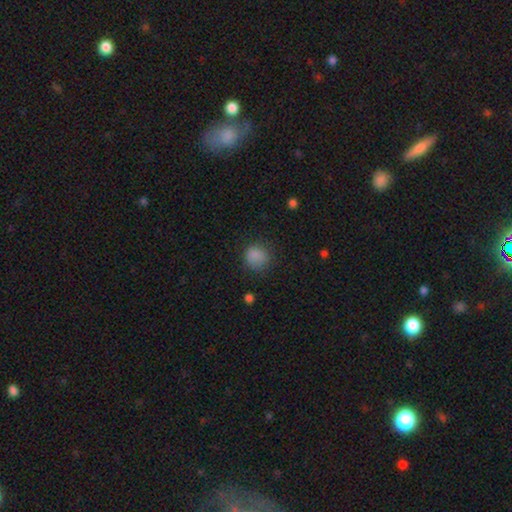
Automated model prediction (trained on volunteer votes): This is clearly a smooth galaxy (84%). How rounded: clearly round (83%). Merging: likely none (75%).